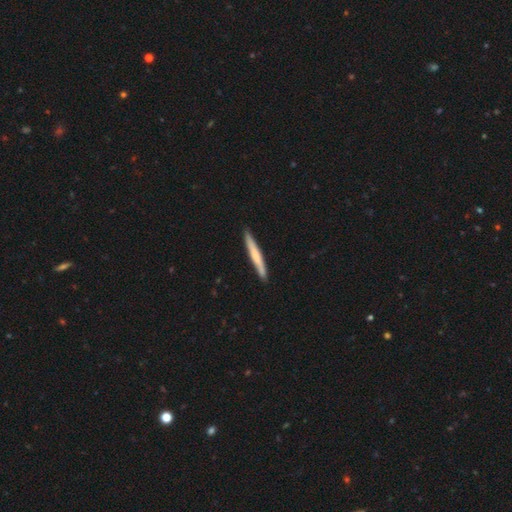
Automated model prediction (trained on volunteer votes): Q: Smooth or featured?
A: smooth (57%); runner-up: featured or disk (38%)
Q: How rounded?
A: cigar-shaped (96%); runner-up: in between (2%)
Q: Merging?
A: none (89%); runner-up: minor disturbance (8%)